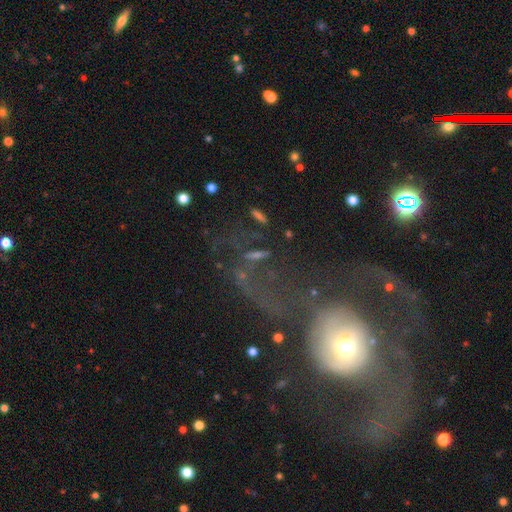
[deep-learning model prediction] This is possibly a featured or disk galaxy (48%). Merging: marginally none (40%).